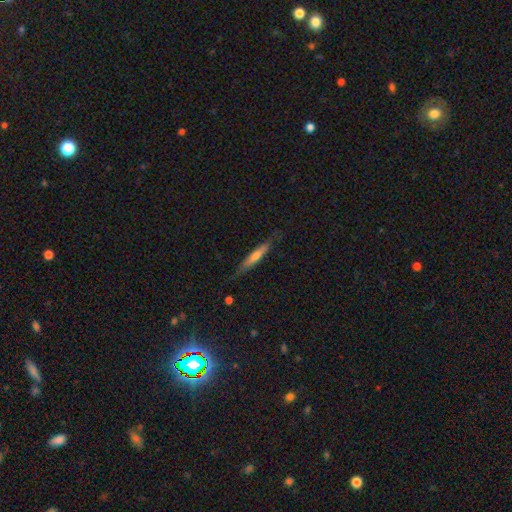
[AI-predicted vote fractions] Smooth or featured? Predicted: smooth (p=0.49). Merging? Predicted: none (p=0.79).